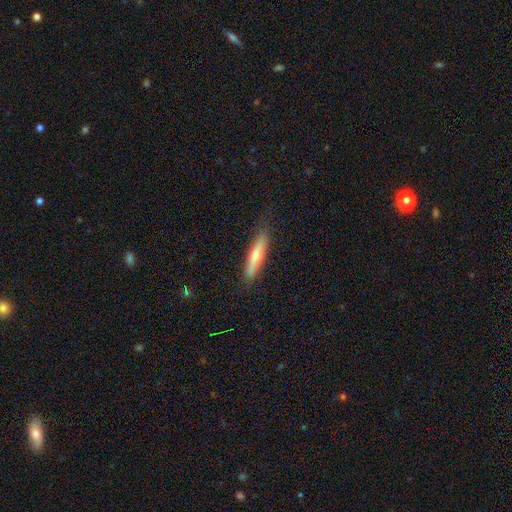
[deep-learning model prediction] Smooth or featured: smooth — 68% (featured or disk — 26%)
How rounded: cigar-shaped — 85% (in between — 14%)
Merging: none — 82% (minor disturbance — 14%)